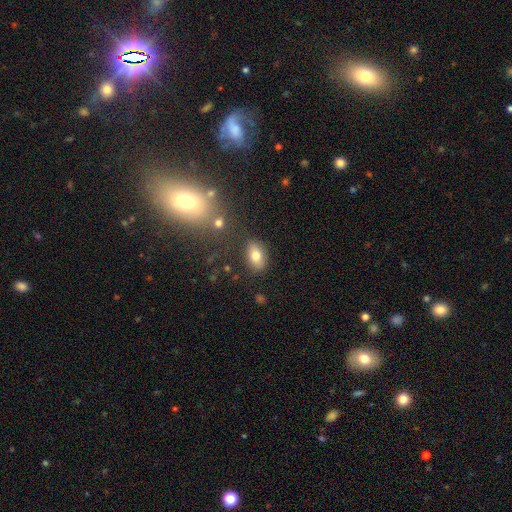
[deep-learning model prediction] Q: Smooth or featured?
A: smooth (75%); runner-up: featured or disk (15%)
Q: How rounded?
A: in between (86%); runner-up: round (11%)
Q: Merging?
A: none (82%); runner-up: minor disturbance (11%)